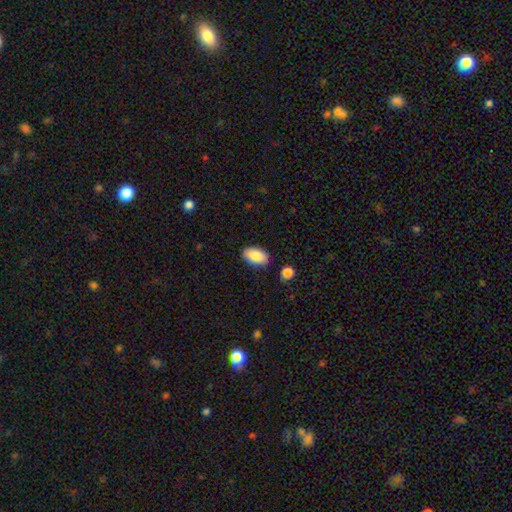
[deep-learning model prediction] smooth-or-featured: smooth: 89% | star or artifact: 6% | featured or disk: 5%
  how-rounded: in between: 94% | round: 4% | cigar-shaped: 2%
  merging: none: 84% | minor disturbance: 11% | merger: 3% | major disturbance: 2%